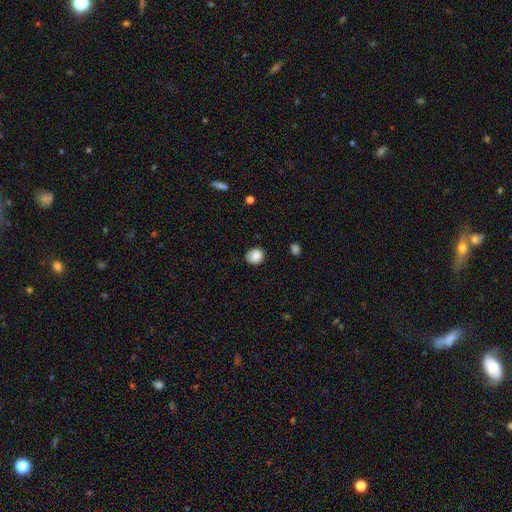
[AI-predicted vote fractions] This is clearly a smooth galaxy (86%). How rounded: likely round (74%). Merging: likely none (77%).